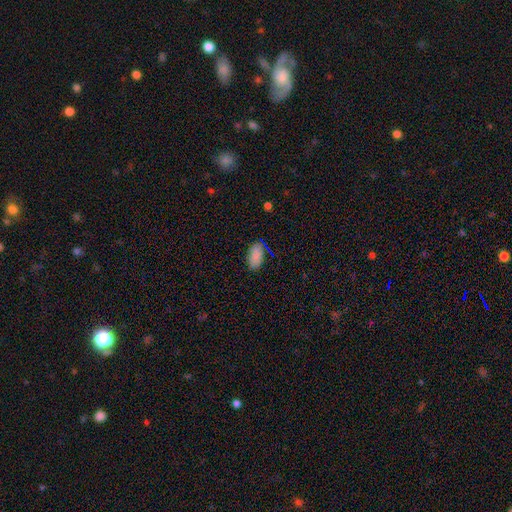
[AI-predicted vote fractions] Smooth or featured?
  - smooth: 87% *
  - star or artifact: 9%
  - featured or disk: 4%
How rounded?
  - in between: 94% *
  - round: 3%
  - cigar-shaped: 3%
Merging?
  - none: 84% *
  - minor disturbance: 12%
  - major disturbance: 3%
  - merger: 1%